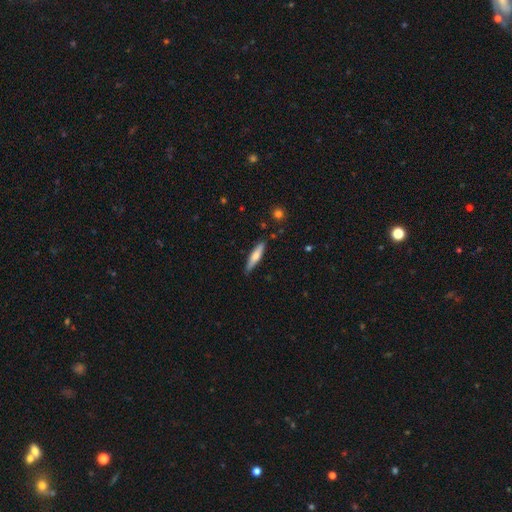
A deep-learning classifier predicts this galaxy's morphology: Smooth or featured?
  - smooth: 59% *
  - featured or disk: 36%
  - star or artifact: 6%
How rounded?
  - cigar-shaped: 82% *
  - in between: 17%
  - round: 2%
Merging?
  - none: 85% *
  - minor disturbance: 12%
  - major disturbance: 2%
  - merger: 2%